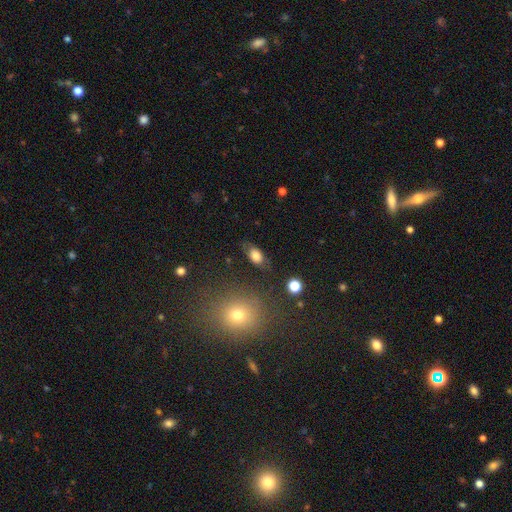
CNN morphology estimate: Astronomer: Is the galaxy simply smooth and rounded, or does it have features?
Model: smooth — 79%.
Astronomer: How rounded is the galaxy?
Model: in between — 87%.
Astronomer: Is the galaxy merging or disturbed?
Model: none — 74%.